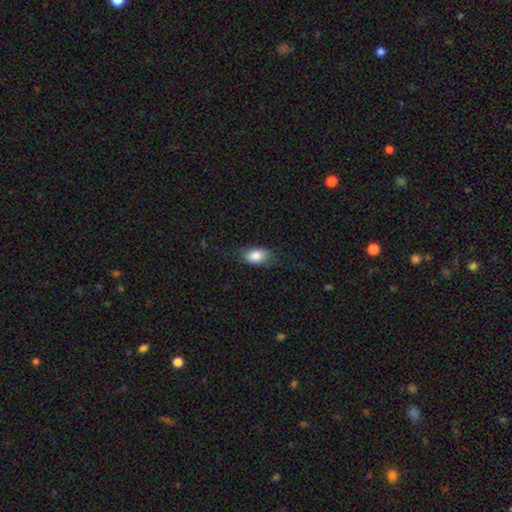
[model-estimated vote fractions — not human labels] smooth-or-featured: smooth: 85% | featured or disk: 8% | star or artifact: 7%
  how-rounded: in between: 88% | round: 10% | cigar-shaped: 2%
  merging: none: 75% | minor disturbance: 18% | major disturbance: 6% | merger: 1%